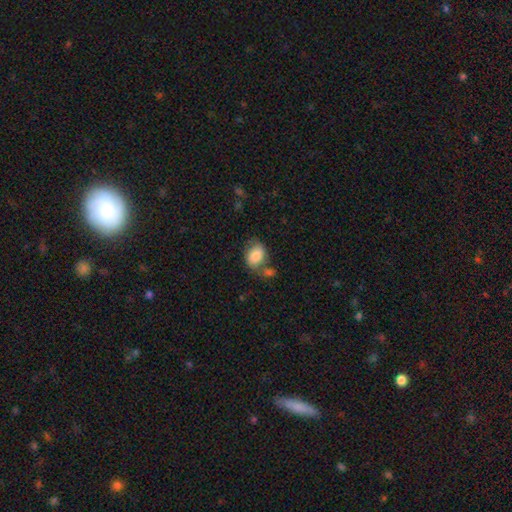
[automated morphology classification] type=smooth (79%); roundness=in between (70%); merging=none (46%).